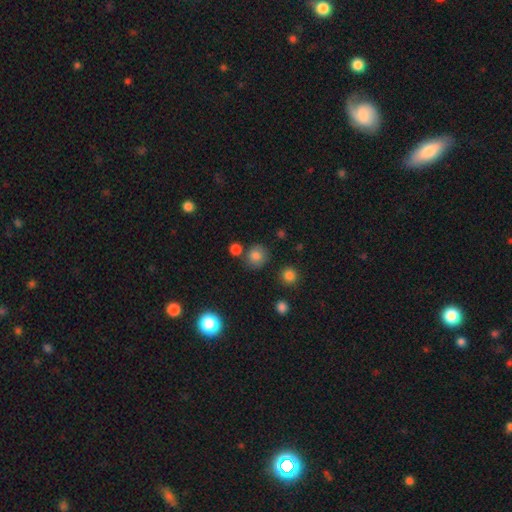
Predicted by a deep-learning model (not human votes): smooth-or-featured: smooth: 81% | star or artifact: 13% | featured or disk: 6%
  how-rounded: round: 86% | in between: 13% | cigar-shaped: 1%
  merging: none: 75% | minor disturbance: 11% | merger: 10% | major disturbance: 3%